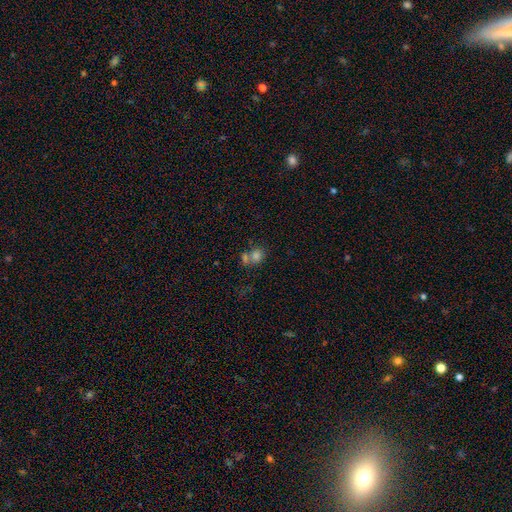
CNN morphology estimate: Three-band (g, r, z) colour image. It shows a smooth galaxy with no disk features (75%) that is round (66%). Merging: merger (52%).